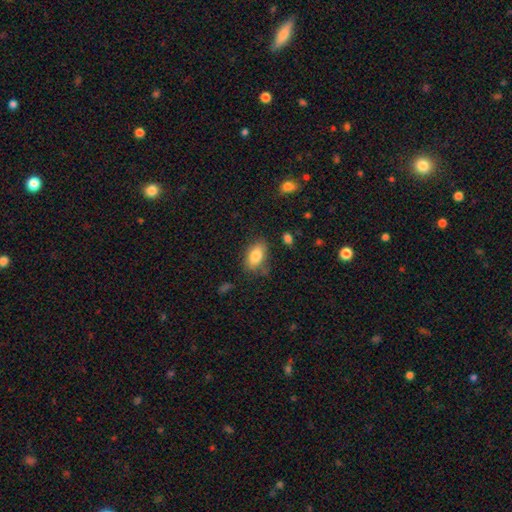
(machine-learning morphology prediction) A smooth galaxy with no disk features (82%) that is in between round and cigar-shaped (90%).

Vote fractions:
- Smooth or featured? smooth: 82% / featured or disk: 11% / star or artifact: 8%
- How rounded? in between: 90% / round: 6% / cigar-shaped: 4%
- Merging? none: 75% / minor disturbance: 17% / major disturbance: 4% / merger: 3%